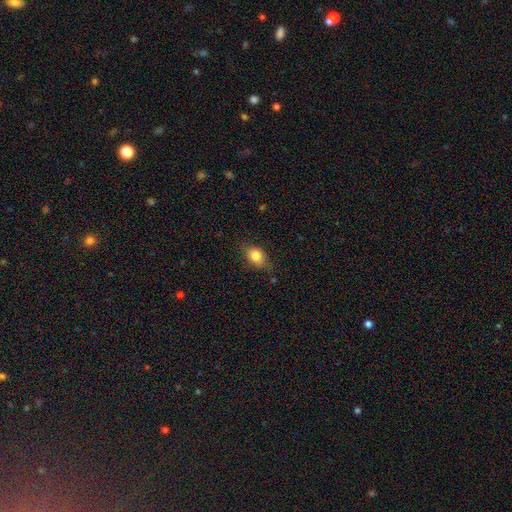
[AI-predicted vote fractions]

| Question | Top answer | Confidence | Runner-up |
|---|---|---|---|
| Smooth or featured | smooth | 82% | featured or disk (9%) |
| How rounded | in between | 72% | round (26%) |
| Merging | none | 74% | minor disturbance (21%) |